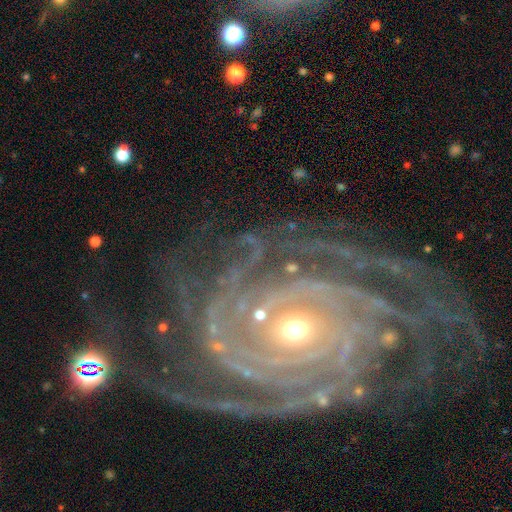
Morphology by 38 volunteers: Smooth or featured? featured or disk (92%)
Edge-on disk? no (100%)
Bar? no (86%)
Spiral arms? yes (100%)
Spiral winding? tight (69%)
Spiral arm count? 3 (40%)
Bulge size? moderate (54%)
Merging? none (58%)